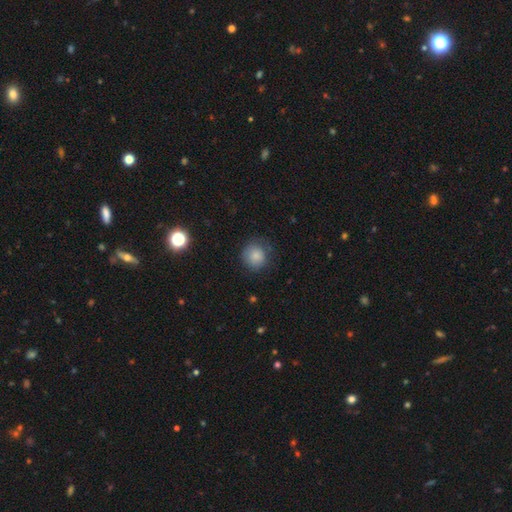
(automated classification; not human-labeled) The model was most divided on "merging": none: 76%, minor disturbance: 17%, major disturbance: 5%, merger: 1%. More confident: how rounded — round (90%); smooth or featured — smooth (84%).